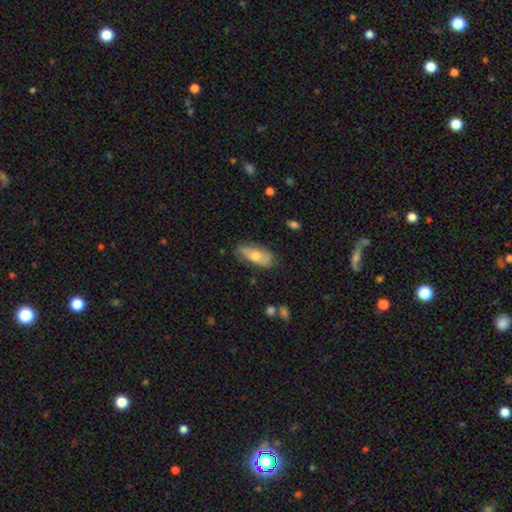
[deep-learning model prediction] Smooth or featured? Predicted: smooth (p=0.62). How rounded? Predicted: in between (p=0.78). Merging? Predicted: none (p=0.72).